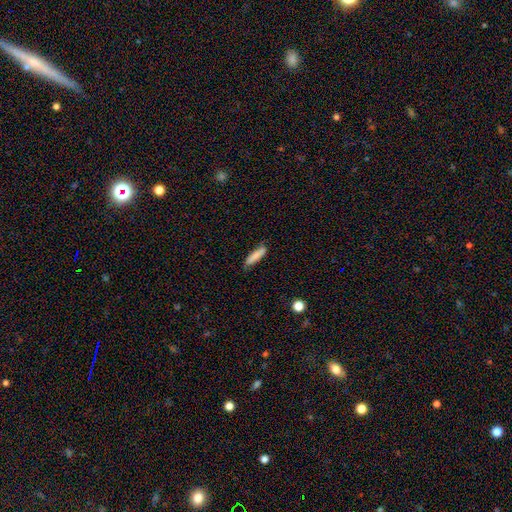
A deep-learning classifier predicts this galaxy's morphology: type=smooth (83%); roundness=cigar-shaped (77%); merging=none (79%).